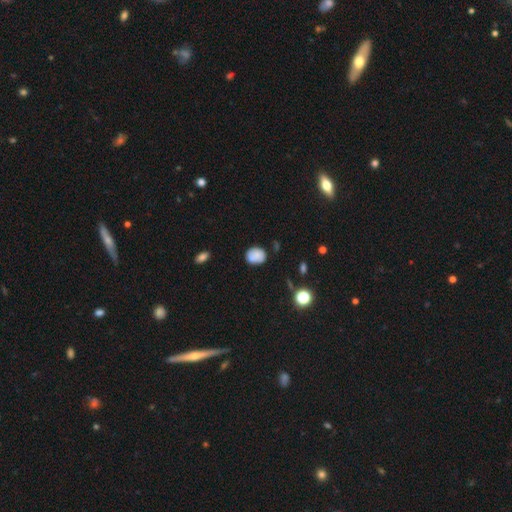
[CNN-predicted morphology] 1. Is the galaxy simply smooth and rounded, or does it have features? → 83% smooth, 10% star or artifact, 8% featured or disk.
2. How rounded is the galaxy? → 52% in between, 47% round, 1% cigar-shaped.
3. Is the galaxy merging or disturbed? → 74% none, 19% minor disturbance, 4% major disturbance, 3% merger.